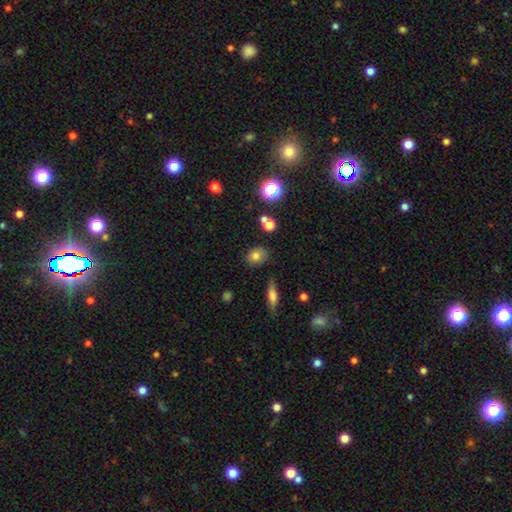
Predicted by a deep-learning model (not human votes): smooth 78%, star or artifact 12%, featured or disk 10%. Down the decision tree: how rounded — in between (54%); merging — none (78%).